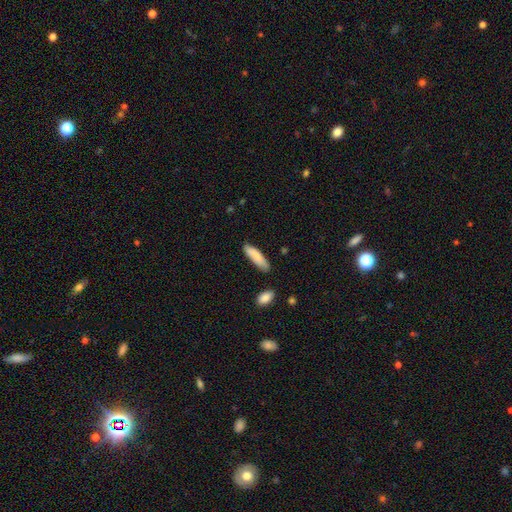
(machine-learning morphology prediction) This is clearly a smooth galaxy (83%). How rounded: likely cigar-shaped (65%). Merging: likely none (80%).